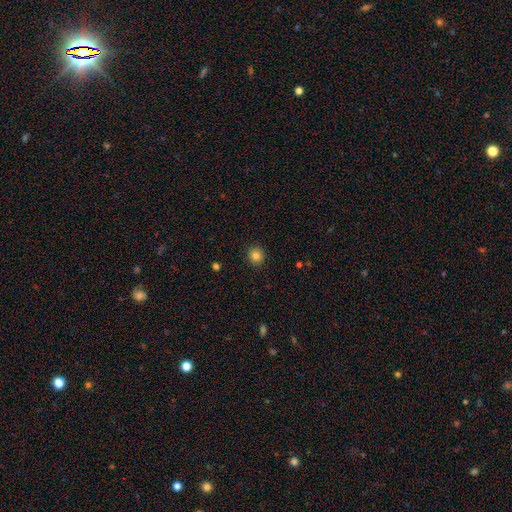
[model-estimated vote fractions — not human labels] smooth 83%, star or artifact 12%, featured or disk 5%. Down the decision tree: how rounded — round (90%); merging — none (91%).